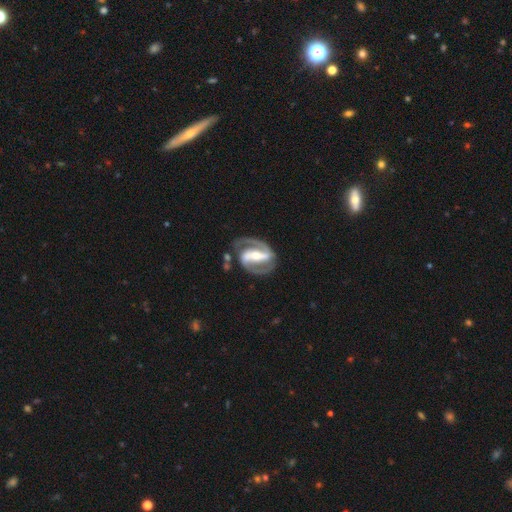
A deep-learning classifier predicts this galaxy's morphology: Smooth or featured? Predicted: featured or disk (p=0.91). Edge-on disk? Predicted: no (p=0.97). Bar? Predicted: strong (p=0.77). Spiral arms? Predicted: yes (p=0.96). Spiral winding? Predicted: medium (p=0.51). Spiral arm count? Predicted: 2 (p=0.93). Bulge size? Predicted: moderate (p=0.59). Merging? Predicted: none (p=0.81).